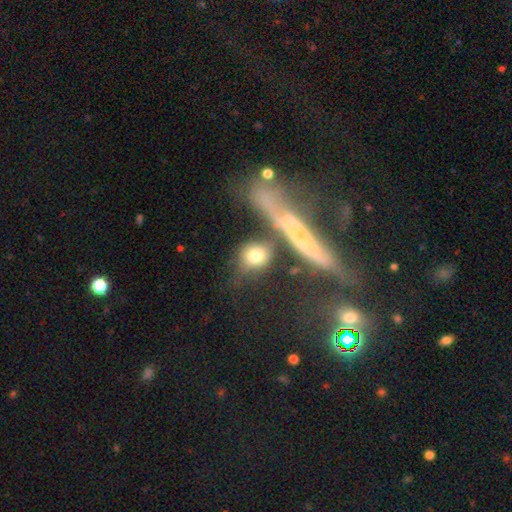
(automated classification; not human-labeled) Smooth or featured?
  - smooth: 71% *
  - featured or disk: 19%
  - star or artifact: 10%
How rounded?
  - round: 62% *
  - in between: 28%
  - cigar-shaped: 10%
Merging?
  - none: 60% *
  - merger: 16%
  - minor disturbance: 15%
  - major disturbance: 9%